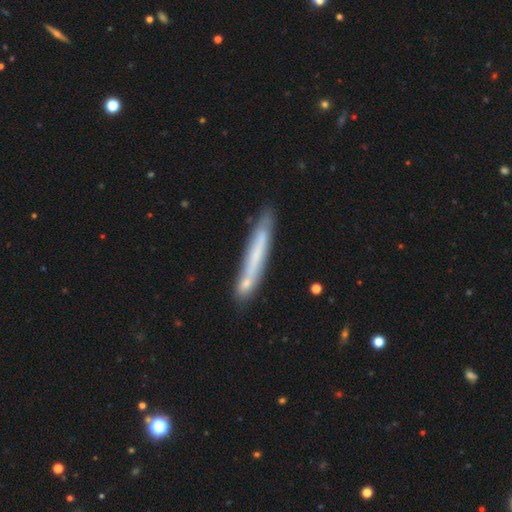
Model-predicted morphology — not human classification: Smooth or featured? smooth (53%)
How rounded? cigar-shaped (95%)
Merging? none (73%)